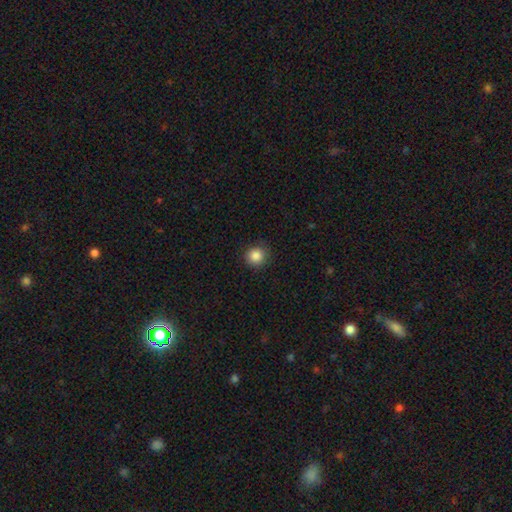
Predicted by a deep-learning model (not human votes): This appears to be a smooth galaxy with no disk features (86%) that is round (93%). Merging: none (88%).